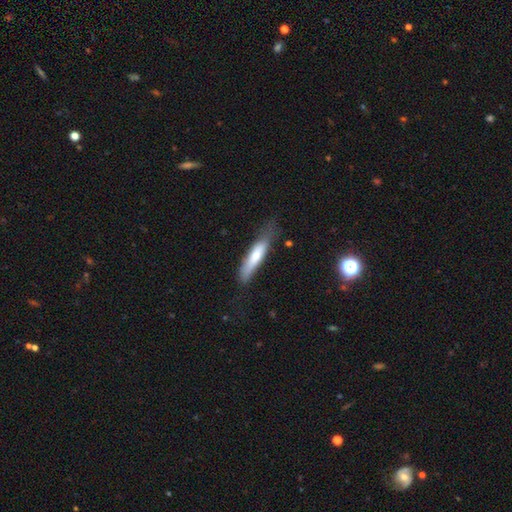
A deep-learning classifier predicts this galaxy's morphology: Smooth or featured? smooth (67%)
How rounded? cigar-shaped (80%)
Merging? none (59%)